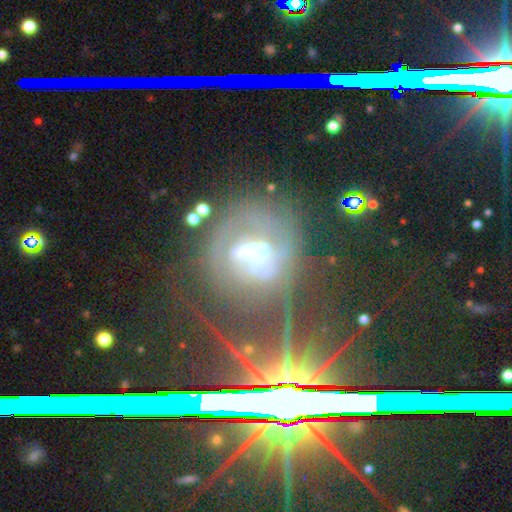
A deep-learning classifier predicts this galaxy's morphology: smooth_or_featured: featured or disk (p=0.55) [alt: star or artifact p=0.28]
disk_edge_on: no (p=0.91) [alt: yes p=0.09]
bar: weak (p=0.35) [alt: no p=0.34]
has_spiral_arms: yes (p=0.61) [alt: no p=0.39]
bulge_size: moderate (p=0.42) [alt: small p=0.26]
merging: none (p=0.56) [alt: major disturbance p=0.21]